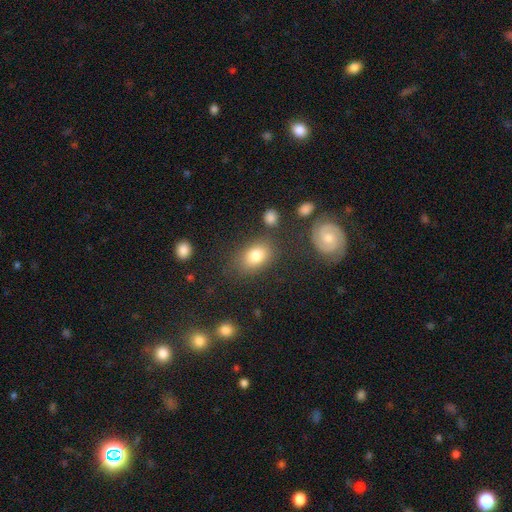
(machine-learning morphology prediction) smooth-or-featured: smooth: 80% | featured or disk: 10% | star or artifact: 10%
  how-rounded: in between: 76% | round: 23% | cigar-shaped: 1%
  merging: none: 75% | minor disturbance: 14% | major disturbance: 6% | merger: 5%